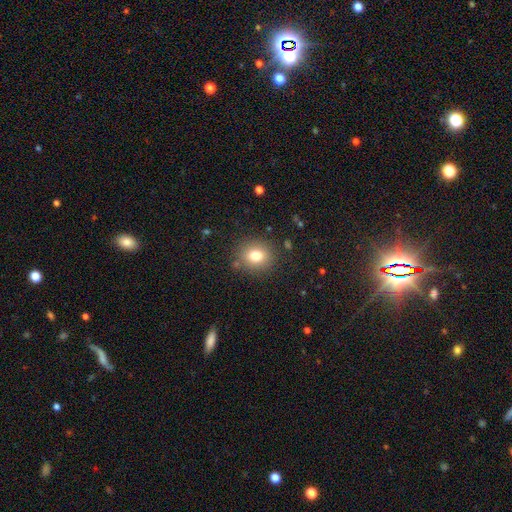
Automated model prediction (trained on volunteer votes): smooth_or_featured: smooth (p=0.77) [alt: star or artifact p=0.12]
how_rounded: round (p=0.77) [alt: in between p=0.22]
merging: none (p=0.85) [alt: minor disturbance p=0.09]